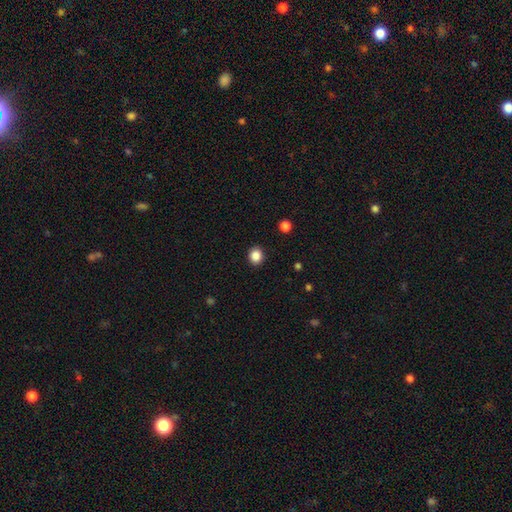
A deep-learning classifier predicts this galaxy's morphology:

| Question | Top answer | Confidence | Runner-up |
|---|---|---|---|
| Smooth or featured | smooth | 87% | star or artifact (10%) |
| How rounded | round | 74% | in between (26%) |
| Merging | none | 91% | minor disturbance (6%) |